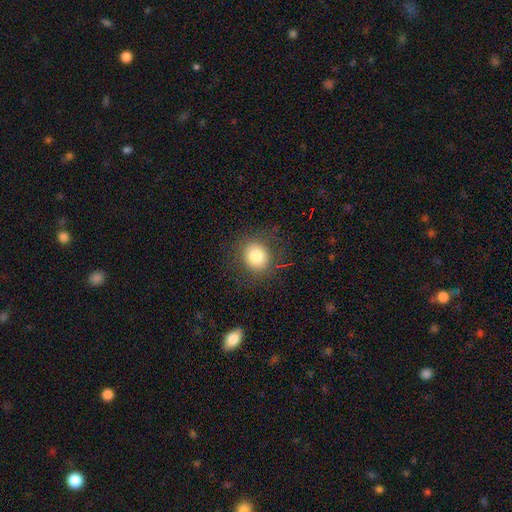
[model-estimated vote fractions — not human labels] smooth-or-featured: smooth: 81% | star or artifact: 10% | featured or disk: 8%
  how-rounded: round: 80% | in between: 19% | cigar-shaped: 1%
  merging: none: 84% | minor disturbance: 11% | major disturbance: 4% | merger: 1%